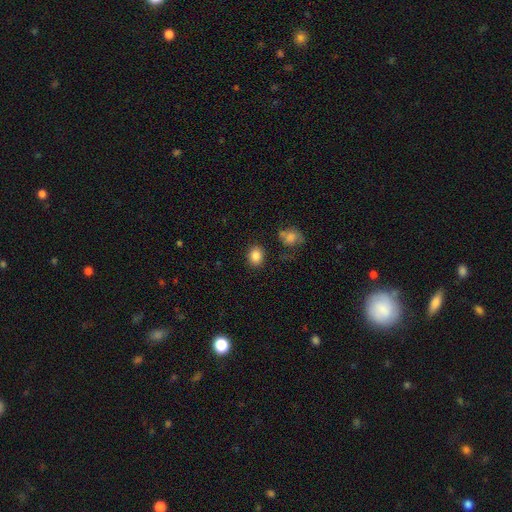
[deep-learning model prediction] This appears to be a smooth galaxy with no disk features (86%) that is round (55%). Merging: none (84%).